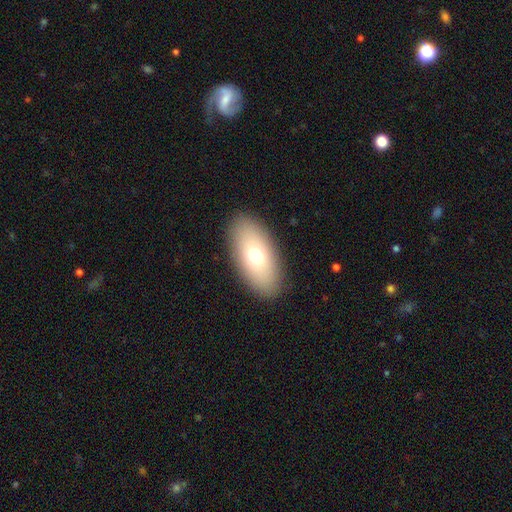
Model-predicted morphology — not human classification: smooth_or_featured: smooth (p=0.69) [alt: featured or disk p=0.22]
how_rounded: in between (p=0.91) [alt: round p=0.05]
merging: none (p=0.87) [alt: minor disturbance p=0.08]